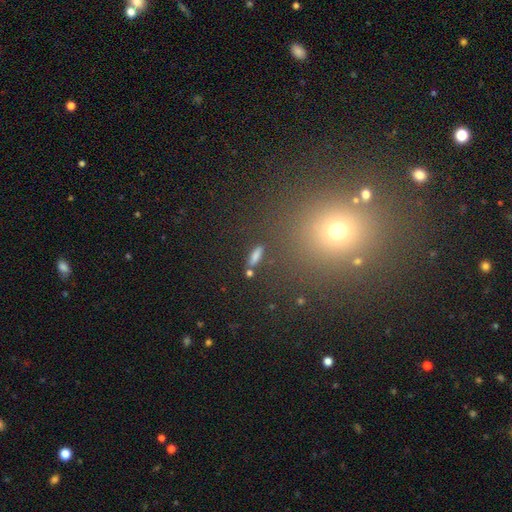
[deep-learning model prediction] Smooth or featured: smooth — 71% (star or artifact — 16%)
How rounded: cigar-shaped — 51% (in between — 42%)
Merging: none — 80% (minor disturbance — 11%)